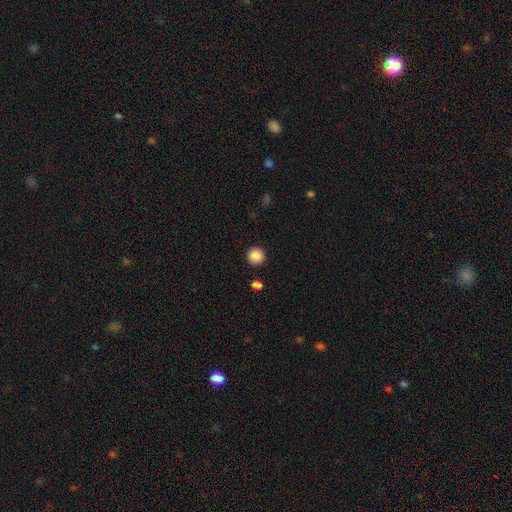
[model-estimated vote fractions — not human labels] This appears to be a smooth galaxy with no disk features (88%) that is round (95%). Merging: none (92%).